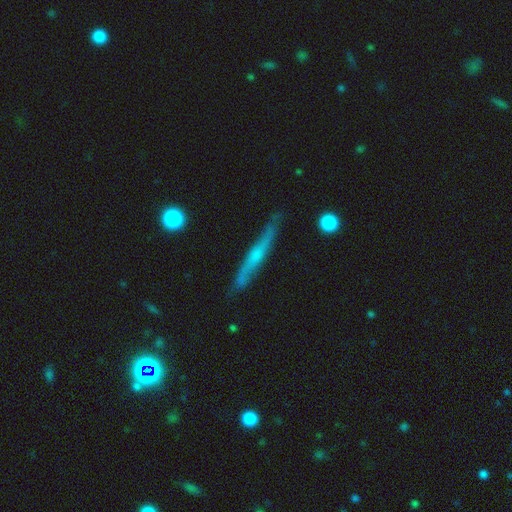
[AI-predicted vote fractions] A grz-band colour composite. It shows a featured or disk galaxy (63%) viewed edge-on (93%) with no central bulge (47%). Merging: none (82%).